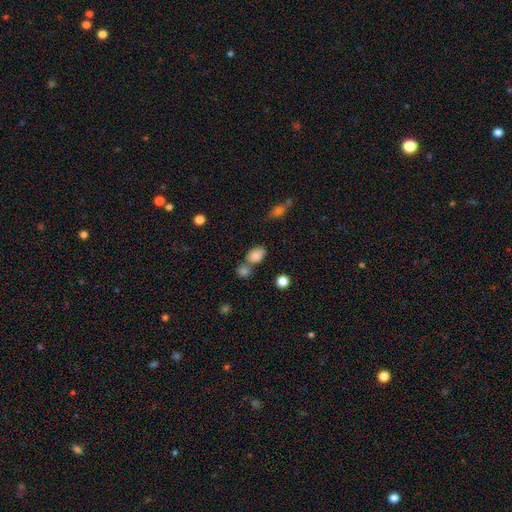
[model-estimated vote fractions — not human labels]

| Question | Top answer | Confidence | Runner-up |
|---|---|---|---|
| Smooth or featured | smooth | 82% | star or artifact (11%) |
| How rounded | in between | 78% | round (21%) |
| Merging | none | 53% | merger (29%) |